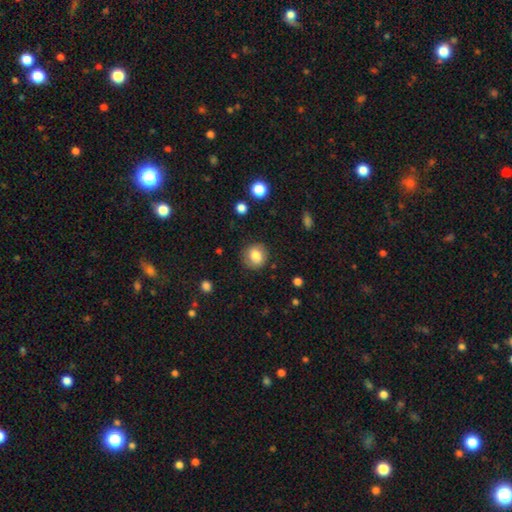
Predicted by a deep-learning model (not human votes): smooth 79%, featured or disk 12%, star or artifact 9%. Down the decision tree: how rounded — round (84%); merging — none (84%).